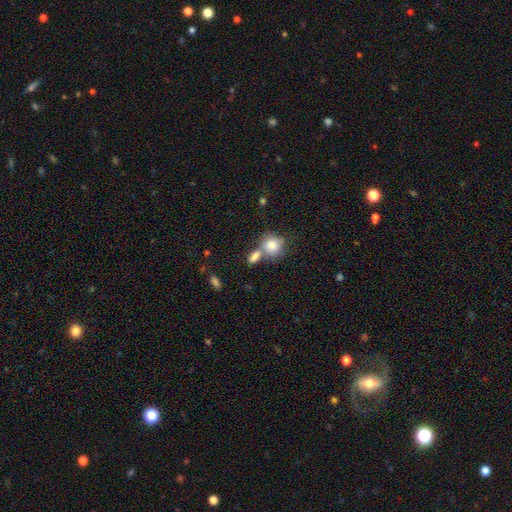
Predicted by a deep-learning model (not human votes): This is likely a smooth galaxy (78%). How rounded: likely round (66%). Merging: possibly none (47%).